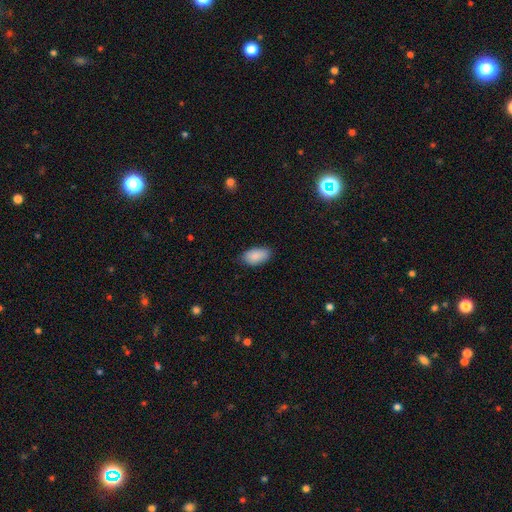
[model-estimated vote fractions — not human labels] Smooth or featured: smooth — 89% (star or artifact — 7%)
How rounded: in between — 94% (round — 4%)
Merging: none — 81% (minor disturbance — 15%)